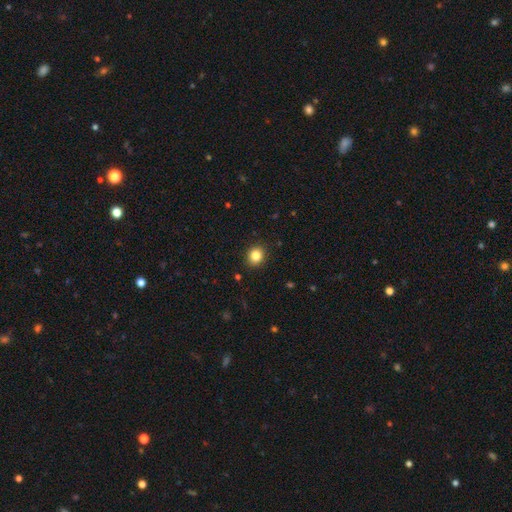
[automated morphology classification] Smooth or featured?
  - smooth: 84% *
  - star or artifact: 10%
  - featured or disk: 5%
How rounded?
  - round: 73% *
  - in between: 26%
  - cigar-shaped: 1%
Merging?
  - none: 90% *
  - minor disturbance: 7%
  - major disturbance: 2%
  - merger: 1%